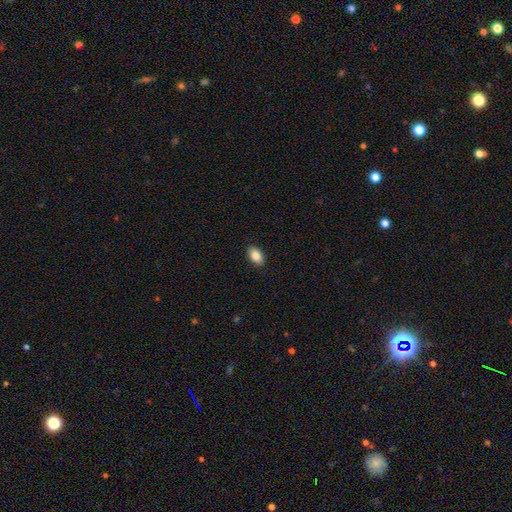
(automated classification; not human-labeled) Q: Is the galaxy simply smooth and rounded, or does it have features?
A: smooth — 87%.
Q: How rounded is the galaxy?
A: in between — 90%.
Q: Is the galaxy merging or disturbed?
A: none — 90%.